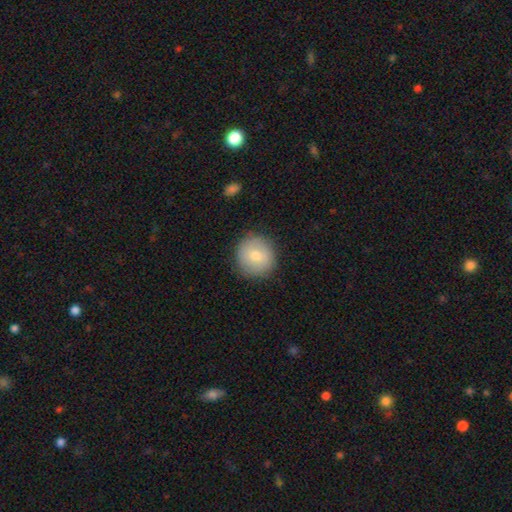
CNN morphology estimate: smooth 77%, featured or disk 16%, star or artifact 7%. Down the decision tree: how rounded — round (91%); merging — none (86%).